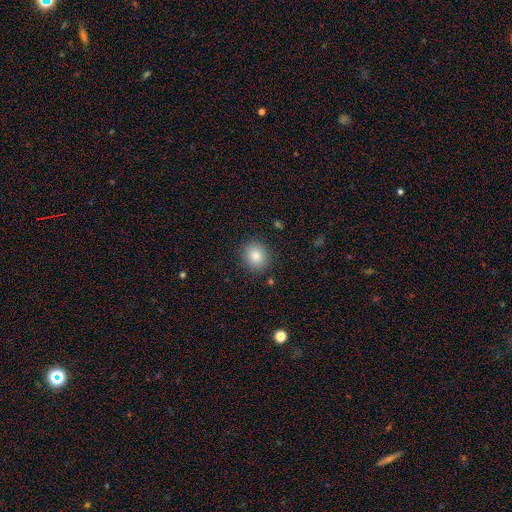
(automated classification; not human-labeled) smooth 84%, star or artifact 10%, featured or disk 6%. Down the decision tree: how rounded — round (79%); merging — none (88%).